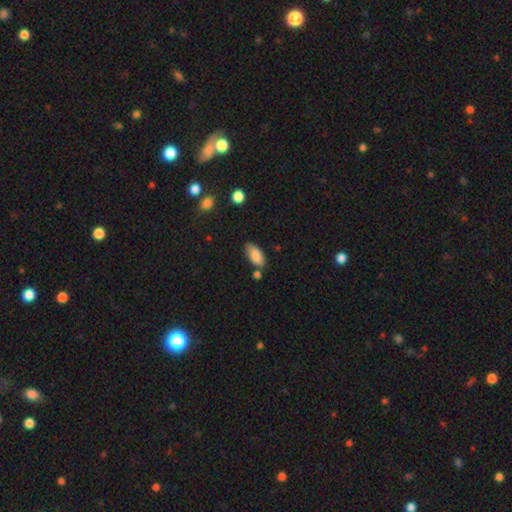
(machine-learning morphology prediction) A smooth galaxy with no disk features (86%) that is in between round and cigar-shaped (90%). Merging: none (67%).